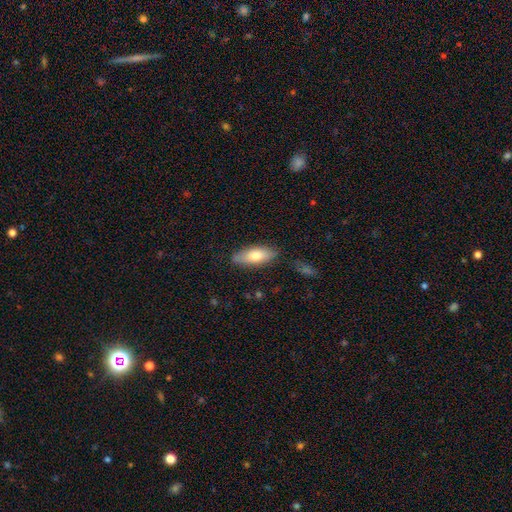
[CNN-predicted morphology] The model was most divided on "how rounded": in between: 70%, cigar-shaped: 28%, round: 3%. More confident: merging — none (82%); smooth or featured — smooth (71%).